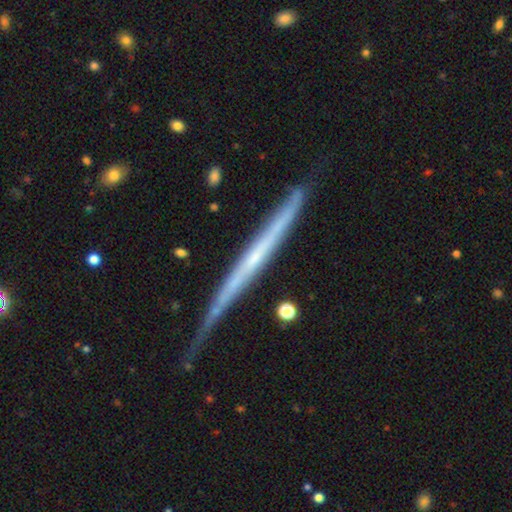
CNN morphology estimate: Smooth or featured? Predicted: featured or disk (p=0.72). Edge-on disk? Predicted: yes (p=0.95). Edge-on bulge? Predicted: none (p=0.78). Merging? Predicted: none (p=0.64).